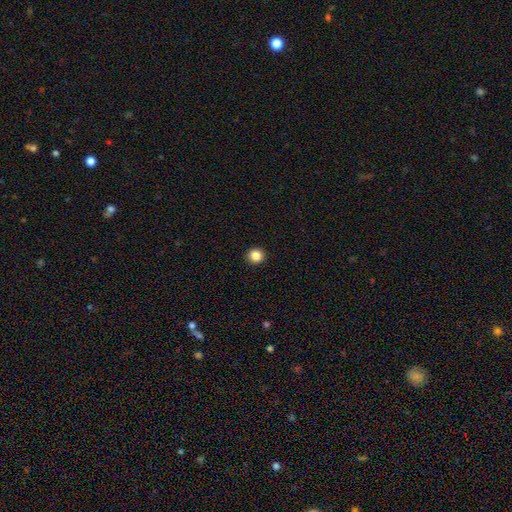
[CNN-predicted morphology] smooth 85%, star or artifact 11%, featured or disk 4%. Down the decision tree: how rounded — round (93%); merging — none (94%).